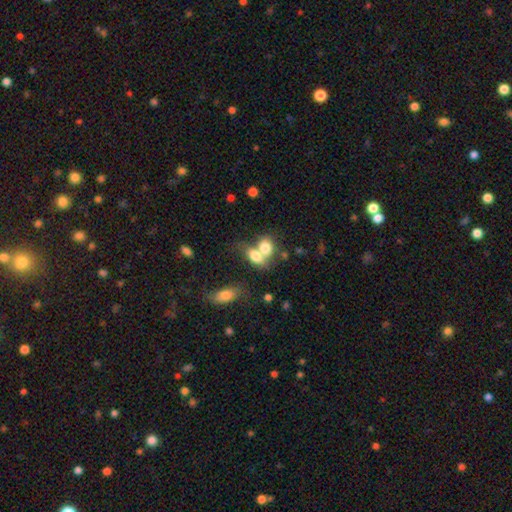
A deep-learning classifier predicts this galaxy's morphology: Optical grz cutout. It shows a smooth galaxy with no disk features (74%) that is in between round and cigar-shaped (70%). Merging: merger (69%).